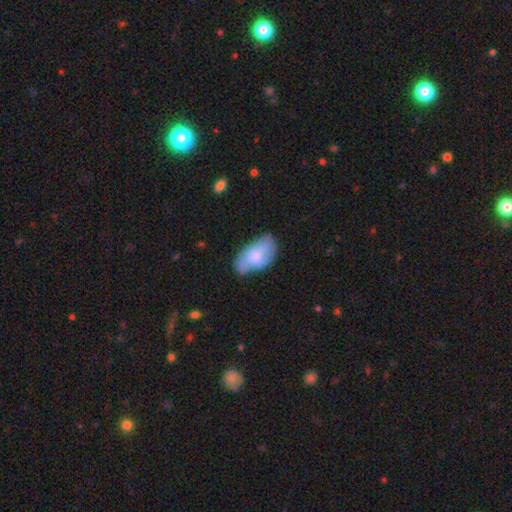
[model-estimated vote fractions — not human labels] smooth-or-featured: smooth: 66% | featured or disk: 27% | star or artifact: 6%
  how-rounded: in between: 94% | round: 3% | cigar-shaped: 2%
  merging: none: 55% | minor disturbance: 33% | major disturbance: 9% | merger: 3%